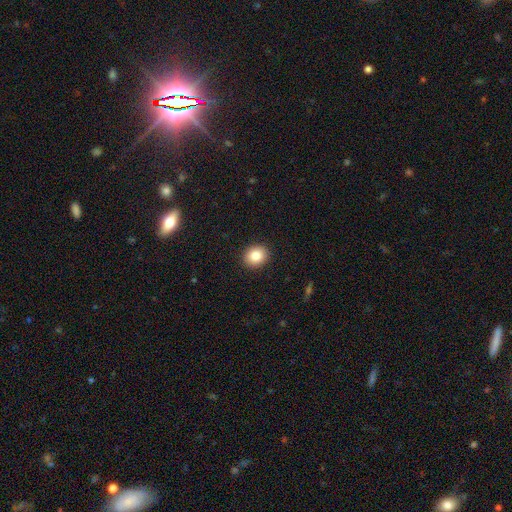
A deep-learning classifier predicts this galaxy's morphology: Smooth or featured? Predicted: smooth (p=0.84). How rounded? Predicted: round (p=0.71). Merging? Predicted: none (p=0.92).